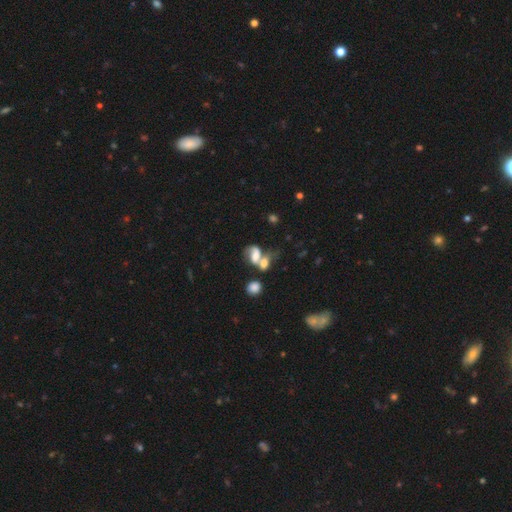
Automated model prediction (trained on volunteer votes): This is marginally a smooth galaxy (44%, tied with featured or disk). Merging: possibly merger (57%).